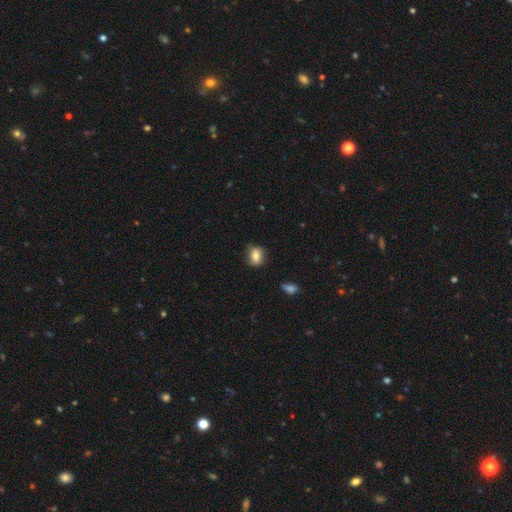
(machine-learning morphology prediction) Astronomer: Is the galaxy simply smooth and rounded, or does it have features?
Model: smooth — 81%.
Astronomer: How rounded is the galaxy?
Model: in between — 51% (runner-up: round, 48%).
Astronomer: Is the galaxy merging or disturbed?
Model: none — 75%.